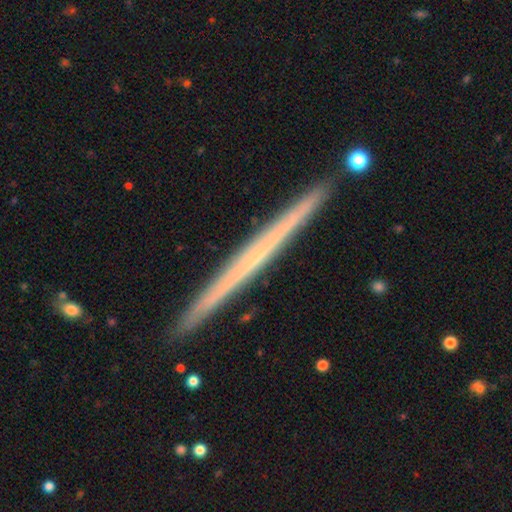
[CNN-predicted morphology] Overall: featured or disk (65%; smooth 29%). Edge-on disk: yes (98%). Edge-on bulge: none (90%). Merging: none (92%).